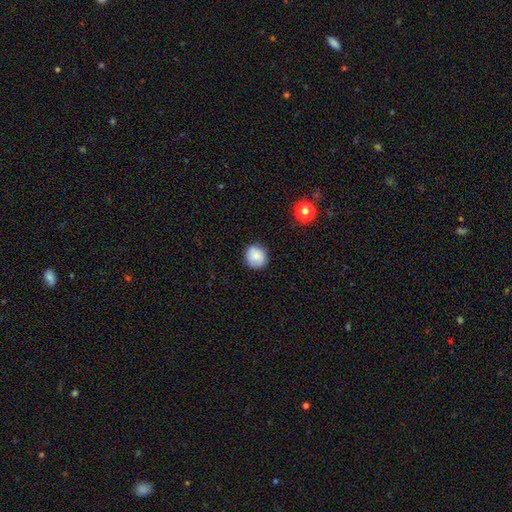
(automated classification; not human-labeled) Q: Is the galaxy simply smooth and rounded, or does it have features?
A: smooth — 86%.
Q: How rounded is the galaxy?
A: round — 87%.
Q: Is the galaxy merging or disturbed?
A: none — 87%.